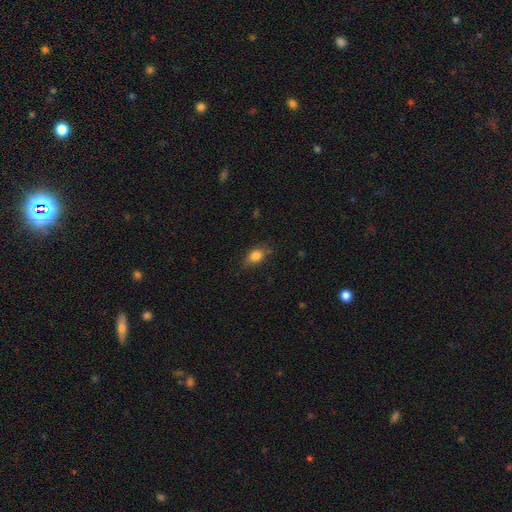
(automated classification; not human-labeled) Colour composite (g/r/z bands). It shows a smooth galaxy with no disk features (81%) that is in between round and cigar-shaped (75%). Merging: none (72%).